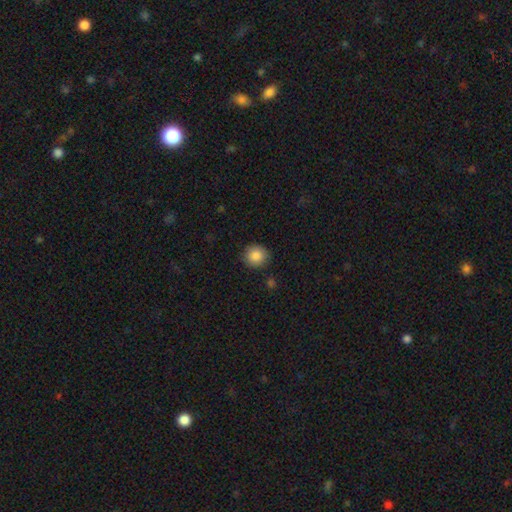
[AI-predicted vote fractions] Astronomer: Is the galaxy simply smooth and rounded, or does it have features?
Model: smooth — 87%.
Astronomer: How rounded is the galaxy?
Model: round — 91%.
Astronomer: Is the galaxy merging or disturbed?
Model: none — 88%.